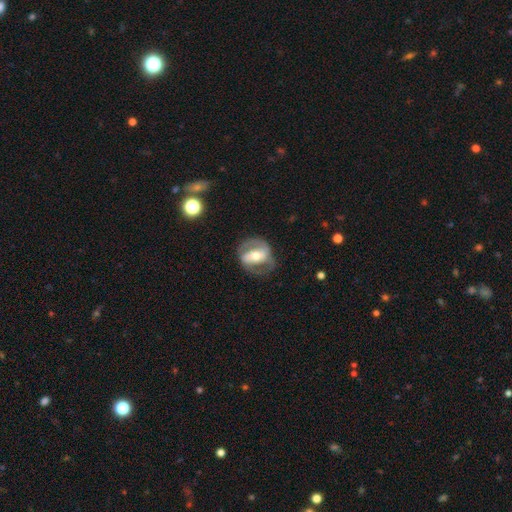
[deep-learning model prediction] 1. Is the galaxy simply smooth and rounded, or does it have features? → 69% featured or disk, 25% smooth, 6% star or artifact.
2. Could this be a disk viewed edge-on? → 94% no, 6% yes.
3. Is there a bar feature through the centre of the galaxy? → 50% strong, 28% weak, 23% no.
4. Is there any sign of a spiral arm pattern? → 65% yes, 35% no.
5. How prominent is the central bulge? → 63% moderate, 26% small, 9% large, 1% none, 1% dominant.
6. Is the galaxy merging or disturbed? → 67% none, 18% minor disturbance, 14% major disturbance, 2% merger.